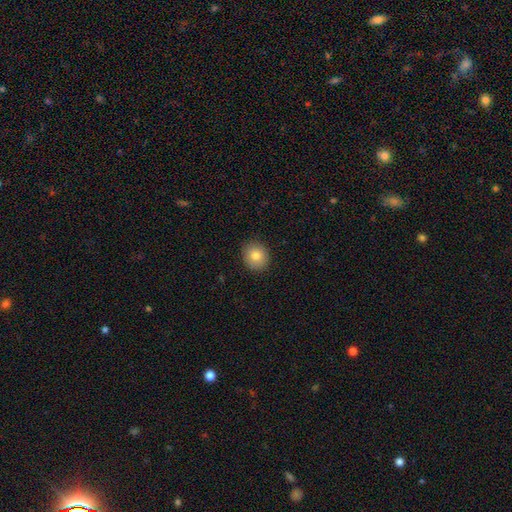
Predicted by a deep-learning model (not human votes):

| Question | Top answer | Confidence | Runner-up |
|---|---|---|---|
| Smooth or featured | smooth | 82% | star or artifact (9%) |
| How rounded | round | 80% | in between (19%) |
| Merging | none | 90% | minor disturbance (7%) |